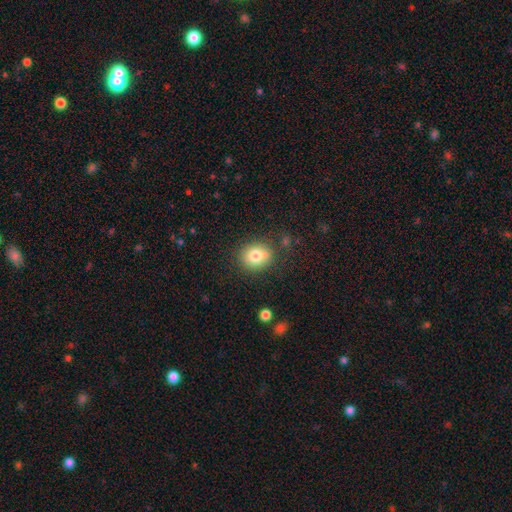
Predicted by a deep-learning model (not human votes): smooth-or-featured: smooth: 80% | featured or disk: 11% | star or artifact: 10%
  how-rounded: round: 63% | in between: 36% | cigar-shaped: 1%
  merging: none: 80% | minor disturbance: 13% | major disturbance: 4% | merger: 3%